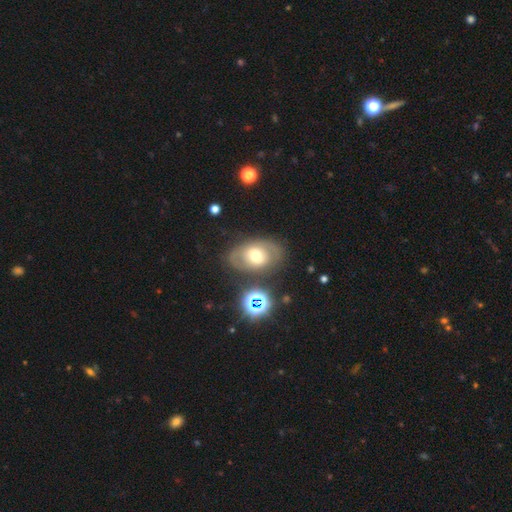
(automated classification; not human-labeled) Q: Smooth or featured?
A: featured or disk (50%); runner-up: smooth (39%)
Q: Merging?
A: none (72%); runner-up: minor disturbance (15%)